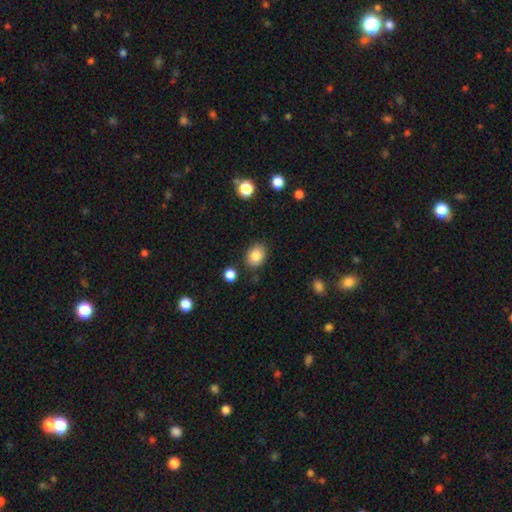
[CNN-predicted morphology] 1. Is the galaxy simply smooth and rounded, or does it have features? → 85% smooth, 9% star or artifact, 6% featured or disk.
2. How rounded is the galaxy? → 62% in between, 37% round, 1% cigar-shaped.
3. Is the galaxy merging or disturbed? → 84% none, 10% minor disturbance, 3% merger, 3% major disturbance.